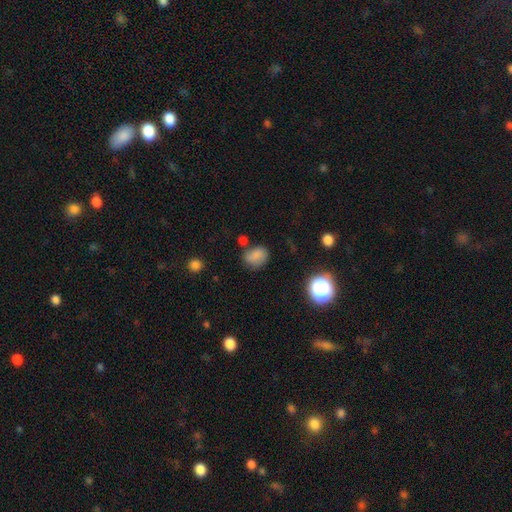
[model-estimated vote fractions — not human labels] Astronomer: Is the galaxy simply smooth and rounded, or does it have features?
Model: smooth — 74%.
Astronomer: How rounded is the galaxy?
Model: in between — 59% (runner-up: round, 40%).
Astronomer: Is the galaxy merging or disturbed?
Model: none — 59%.